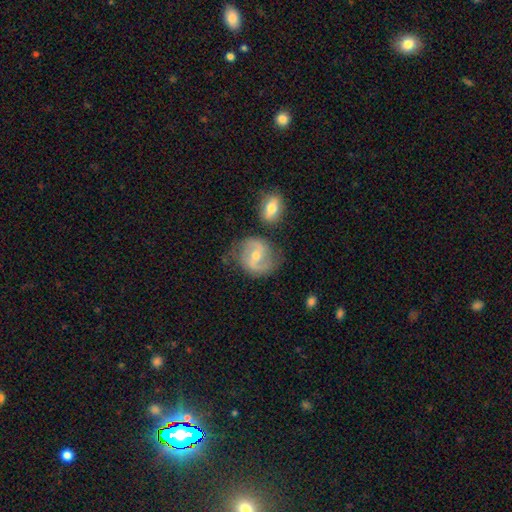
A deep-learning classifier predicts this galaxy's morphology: Smooth or featured: featured or disk — 81% (smooth — 13%)
Edge-on disk: no — 97% (yes — 3%)
Bar: weak — 48% (no — 27%)
Spiral arms: yes — 93% (no — 7%)
Spiral winding: medium — 51% (loose — 27%)
Spiral arm count: 2 — 89% (can't tell — 6%)
Bulge size: moderate — 54% (small — 42%)
Merging: none — 72% (minor disturbance — 16%)